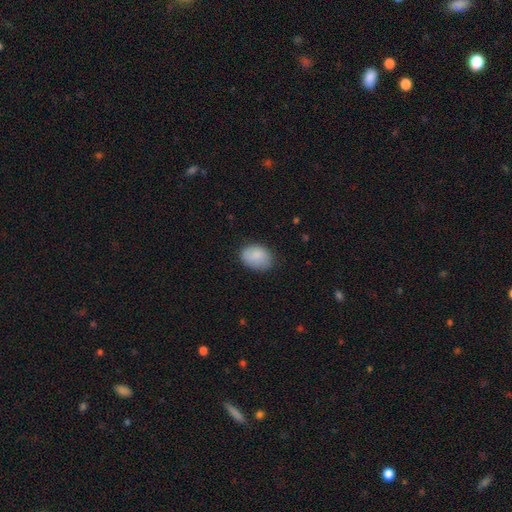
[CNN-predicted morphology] Q: Smooth or featured?
A: smooth (87%); runner-up: star or artifact (7%)
Q: How rounded?
A: in between (74%); runner-up: round (25%)
Q: Merging?
A: none (76%); runner-up: minor disturbance (19%)